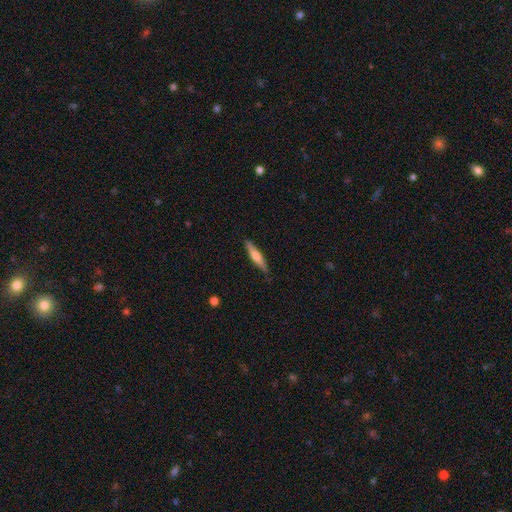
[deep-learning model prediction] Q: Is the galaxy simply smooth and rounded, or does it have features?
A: smooth — 54%.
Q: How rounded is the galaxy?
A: cigar-shaped — 89%.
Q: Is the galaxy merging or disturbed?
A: none — 86%.